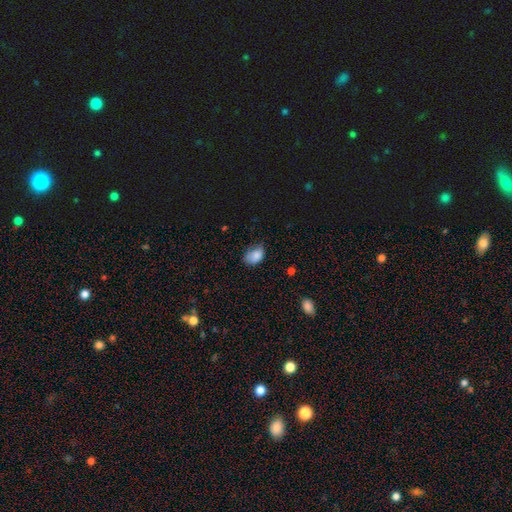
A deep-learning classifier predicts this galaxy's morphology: Smooth or featured? Predicted: smooth (p=0.82). How rounded? Predicted: in between (p=0.84). Merging? Predicted: none (p=0.46).